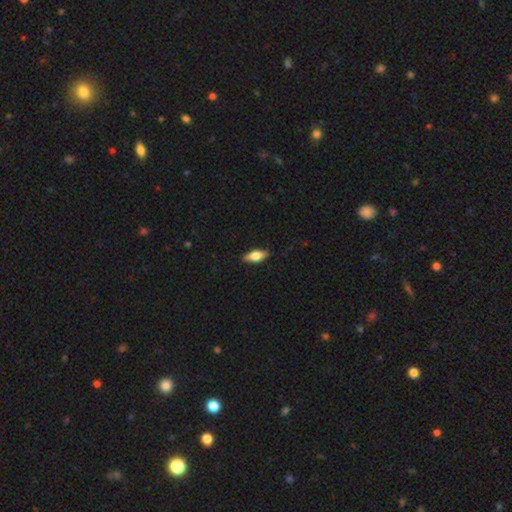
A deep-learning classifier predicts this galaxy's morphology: Smooth or featured: smooth — 62% (featured or disk — 31%)
How rounded: in between — 71% (cigar-shaped — 26%)
Merging: none — 88% (minor disturbance — 9%)